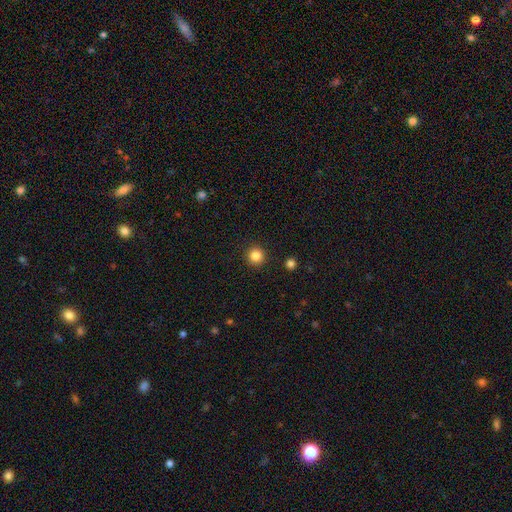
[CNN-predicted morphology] Overall: smooth (85%). How rounded: round (96%). Merging: none (93%).